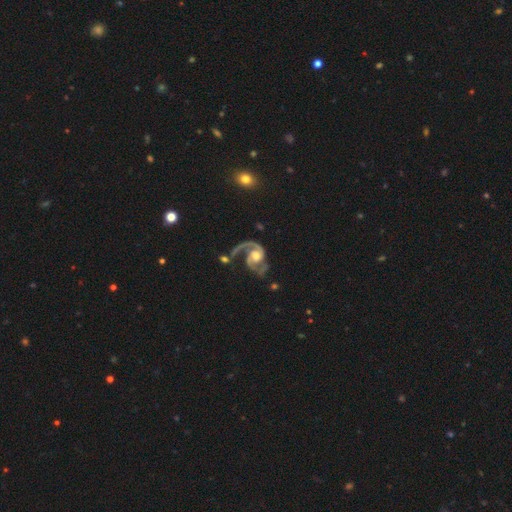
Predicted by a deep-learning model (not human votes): Smooth or featured? Predicted: featured or disk (p=0.92). Edge-on disk? Predicted: no (p=0.98). Bar? Predicted: no (p=0.62). Spiral arms? Predicted: yes (p=0.98). Spiral winding? Predicted: medium (p=0.55). Spiral arm count? Predicted: 2 (p=0.83). Bulge size? Predicted: moderate (p=0.57). Merging? Predicted: none (p=0.48).